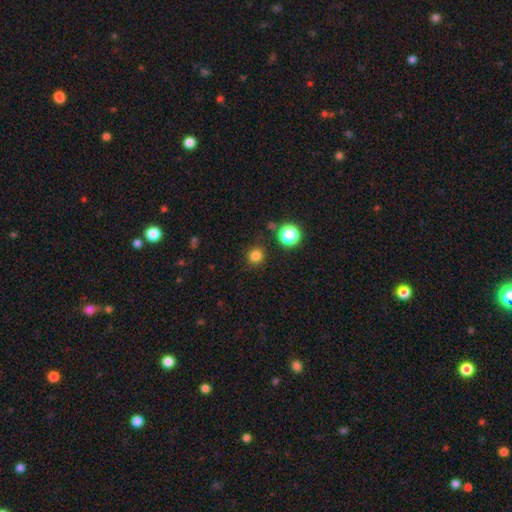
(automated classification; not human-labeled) Smooth or featured? Predicted: smooth (p=0.80). How rounded? Predicted: round (p=0.89). Merging? Predicted: none (p=0.88).